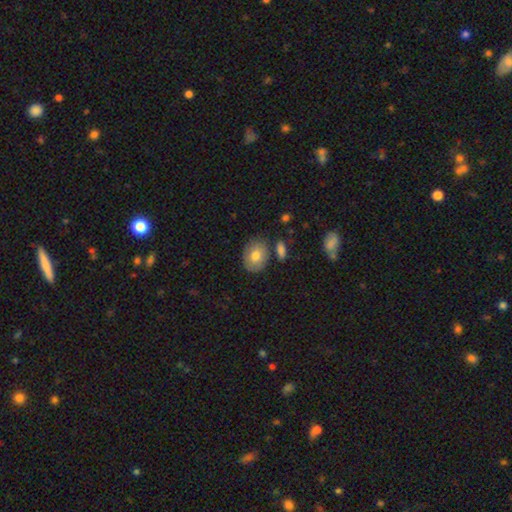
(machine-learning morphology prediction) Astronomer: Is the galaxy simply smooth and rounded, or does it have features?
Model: smooth — 75%.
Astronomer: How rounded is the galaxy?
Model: in between — 61% (runner-up: round, 38%).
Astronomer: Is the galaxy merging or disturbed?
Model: none — 74%.